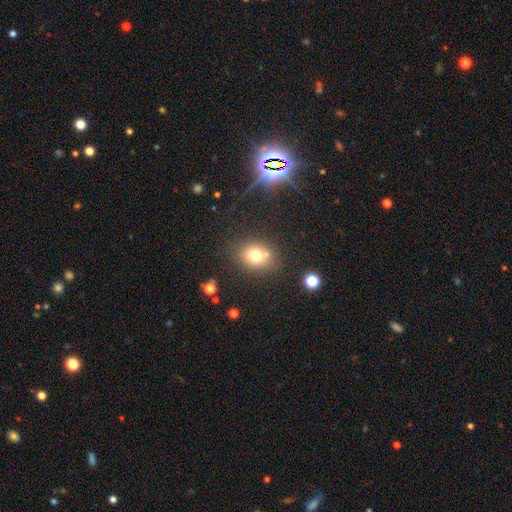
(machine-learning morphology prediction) Smooth or featured: smooth — 73% (star or artifact — 15%)
How rounded: round — 56% (in between — 43%)
Merging: none — 71% (minor disturbance — 13%)